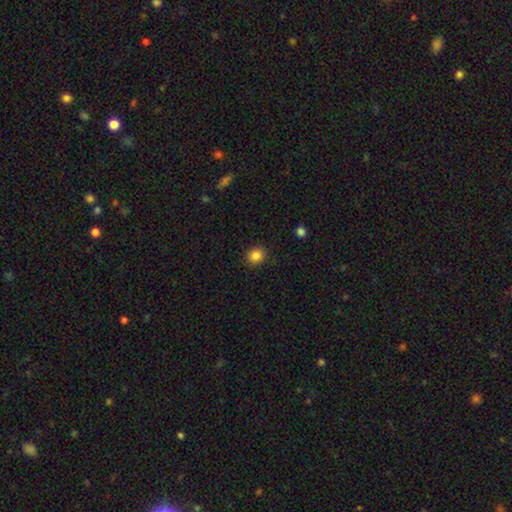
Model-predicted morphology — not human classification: Smooth or featured: smooth — 86% (star or artifact — 11%)
How rounded: round — 83% (in between — 16%)
Merging: none — 90% (minor disturbance — 7%)